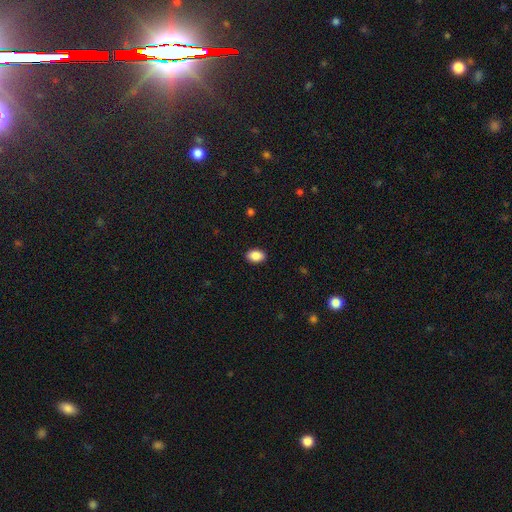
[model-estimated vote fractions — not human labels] Smooth or featured: smooth — 89% (star or artifact — 8%)
How rounded: in between — 84% (round — 15%)
Merging: none — 90% (minor disturbance — 7%)